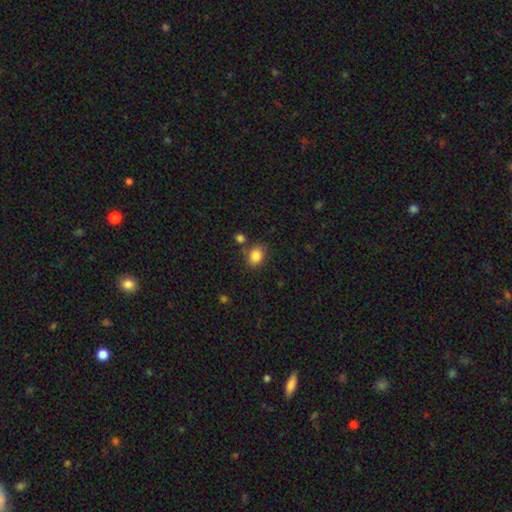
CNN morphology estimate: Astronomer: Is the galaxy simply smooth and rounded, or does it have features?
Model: smooth — 85%.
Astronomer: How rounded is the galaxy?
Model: in between — 64%.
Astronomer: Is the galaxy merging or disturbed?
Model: none — 70%.